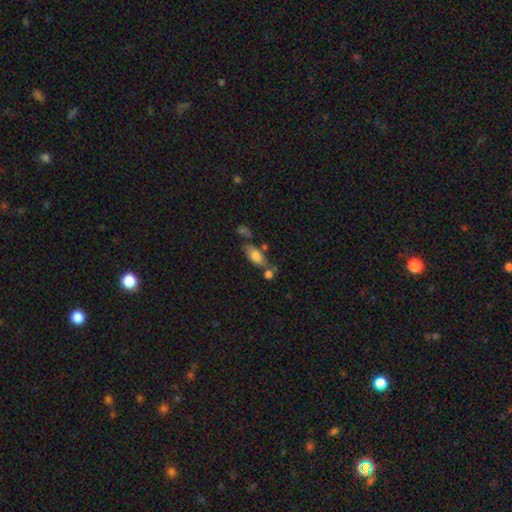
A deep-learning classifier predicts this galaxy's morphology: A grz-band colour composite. It shows a smooth galaxy with no disk features (72%) that is in between round and cigar-shaped (83%). Merging: none (52%).